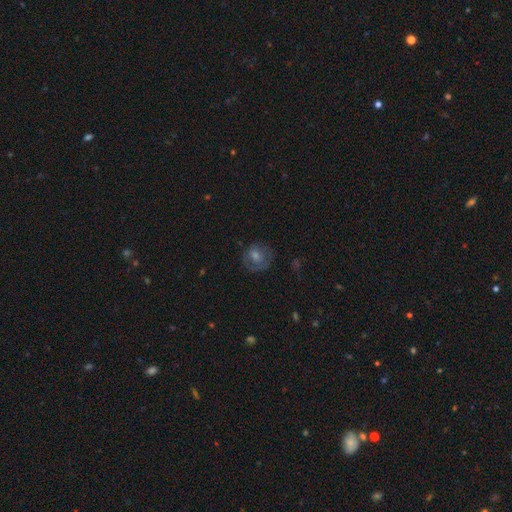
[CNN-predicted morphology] The model was most divided on "smooth or featured": featured or disk: 43%, smooth: 40%, star or artifact: 16%. More confident: merging — none (71%).